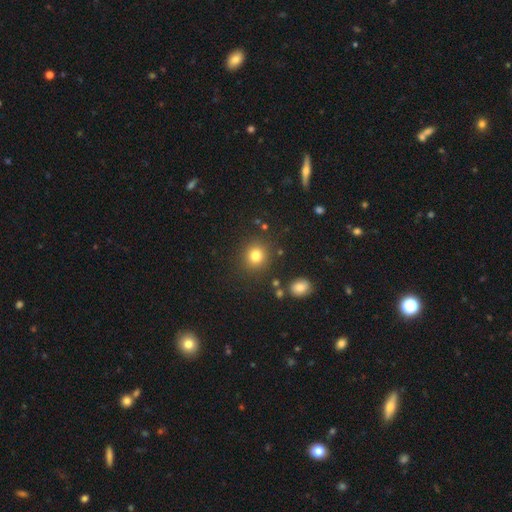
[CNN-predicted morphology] This is clearly a smooth galaxy (81%). How rounded: clearly round (88%). Merging: clearly none (86%).